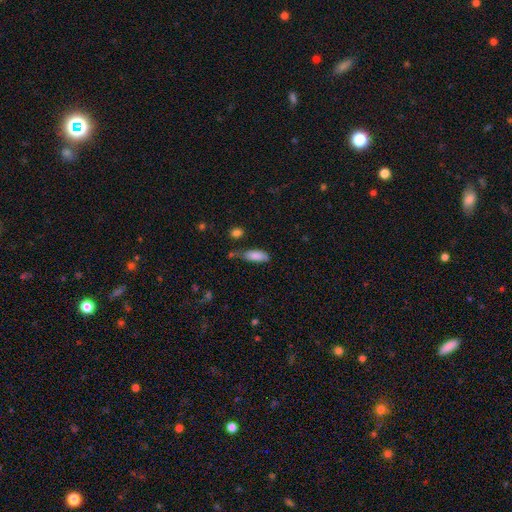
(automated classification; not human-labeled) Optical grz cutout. It shows a smooth galaxy with no disk features (83%) that is in between round and cigar-shaped (76%). Merging: none (48%).